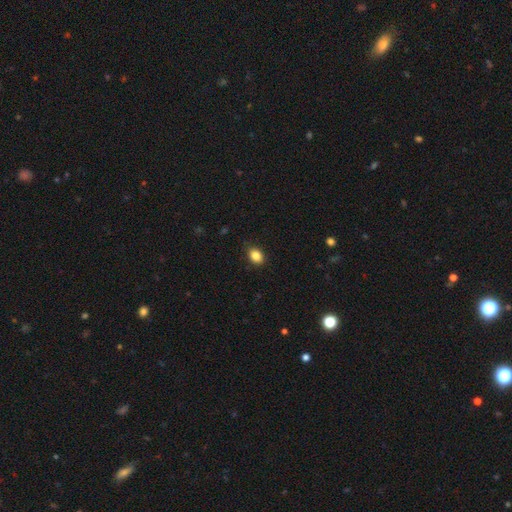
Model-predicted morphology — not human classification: Overall: smooth (86%). How rounded: in between (69%; round 30%). Merging: none (87%).